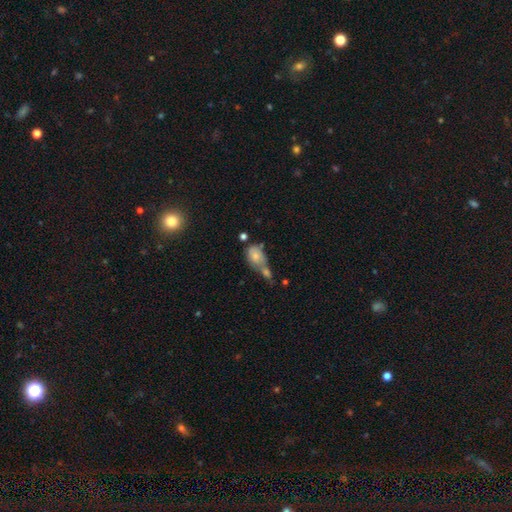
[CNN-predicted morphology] smooth_or_featured: smooth (p=0.73) [alt: featured or disk p=0.18]
how_rounded: in between (p=0.72) [alt: round p=0.26]
merging: merger (p=0.55) [alt: none p=0.24]